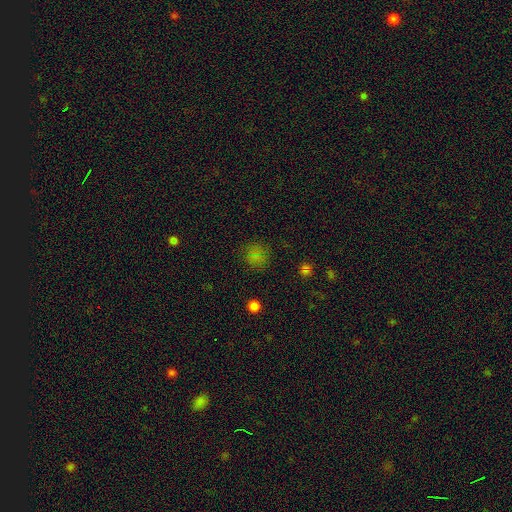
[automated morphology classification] This is likely a smooth galaxy (70%). How rounded: clearly round (87%). Merging: clearly none (82%).